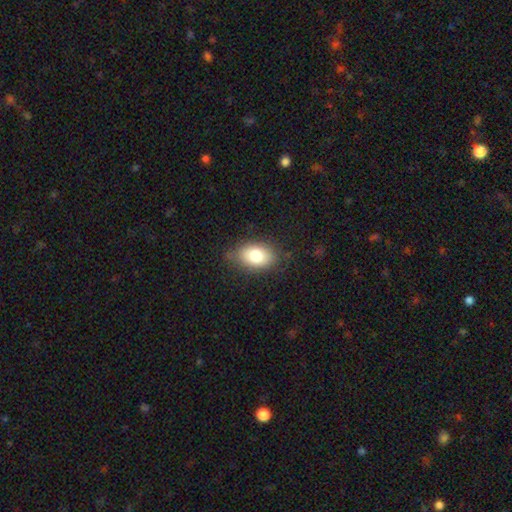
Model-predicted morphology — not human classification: Overall: smooth (81%). How rounded: in between (90%). Merging: none (74%).